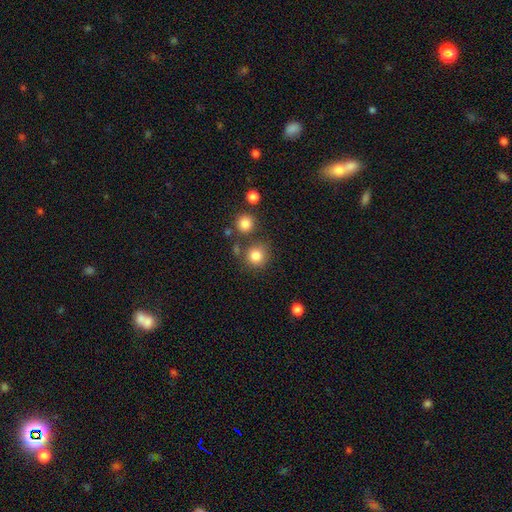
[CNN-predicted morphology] The model was most divided on "merging": none: 74%, merger: 11%, minor disturbance: 10%, major disturbance: 4%. More confident: how rounded — round (90%); smooth or featured — smooth (83%).